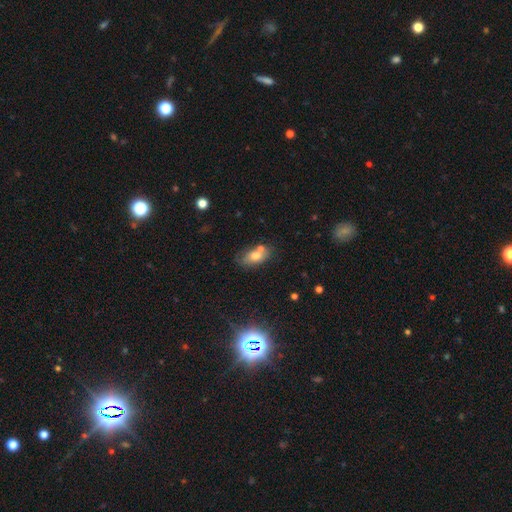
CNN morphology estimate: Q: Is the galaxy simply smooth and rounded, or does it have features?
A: smooth — 68%.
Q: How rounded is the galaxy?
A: in between — 84%.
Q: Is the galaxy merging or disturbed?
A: none — 52%.